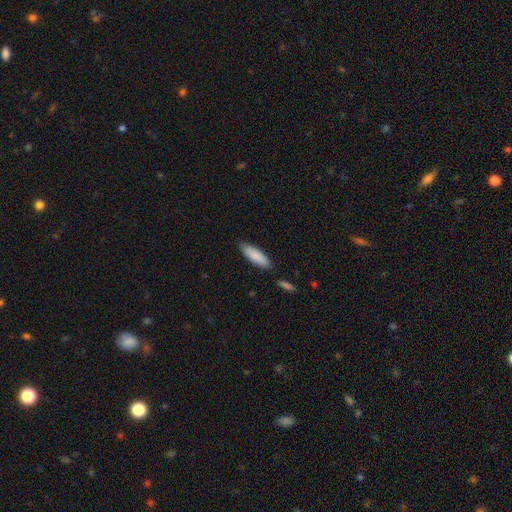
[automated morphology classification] Q: Smooth or featured?
A: smooth (86%); runner-up: featured or disk (9%)
Q: How rounded?
A: in between (50%); runner-up: cigar-shaped (48%)
Q: Merging?
A: none (83%); runner-up: minor disturbance (11%)